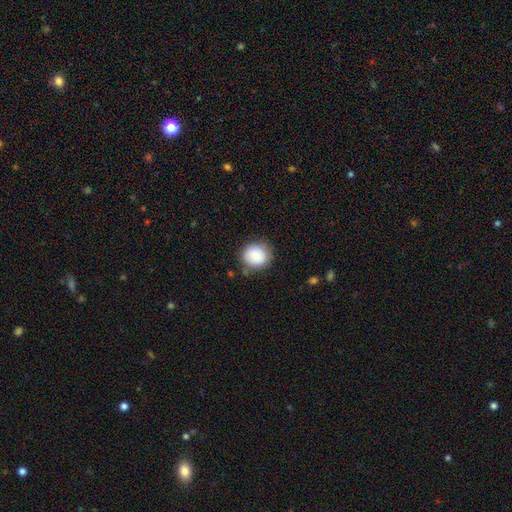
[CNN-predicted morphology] Smooth or featured: smooth — 82% (featured or disk — 10%)
How rounded: round — 82% (in between — 17%)
Merging: none — 77% (minor disturbance — 16%)